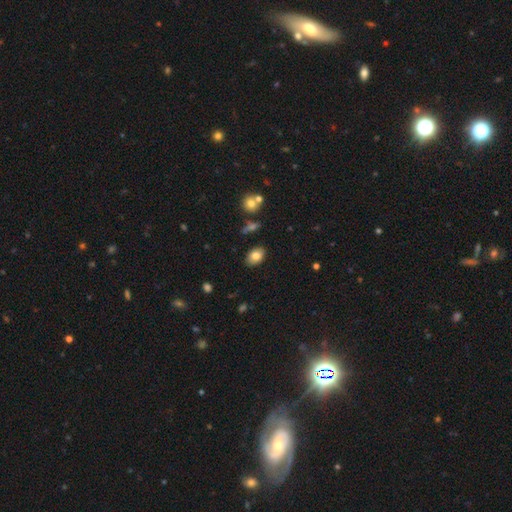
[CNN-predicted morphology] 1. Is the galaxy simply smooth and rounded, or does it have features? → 81% smooth, 10% featured or disk, 8% star or artifact.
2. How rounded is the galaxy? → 85% in between, 13% round, 1% cigar-shaped.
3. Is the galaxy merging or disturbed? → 85% none, 11% minor disturbance, 2% major disturbance, 2% merger.